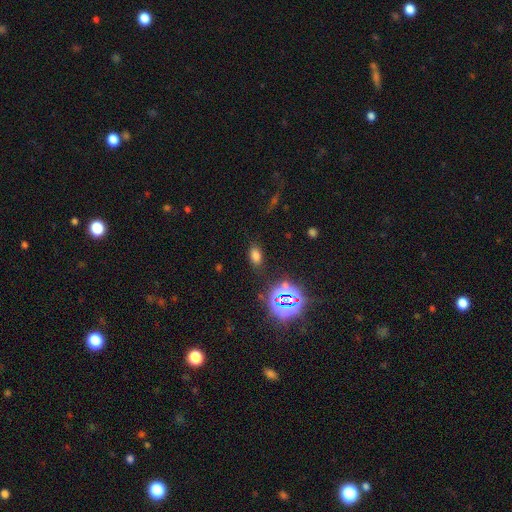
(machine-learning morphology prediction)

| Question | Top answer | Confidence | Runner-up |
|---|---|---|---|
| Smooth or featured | smooth | 64% | star or artifact (28%) |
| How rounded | in between | 85% | round (12%) |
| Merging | none | 83% | minor disturbance (11%) |